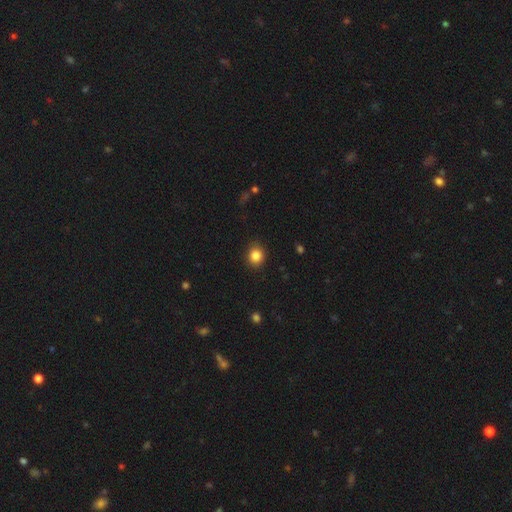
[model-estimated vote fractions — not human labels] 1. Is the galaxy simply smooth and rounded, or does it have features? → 85% smooth, 11% star or artifact, 5% featured or disk.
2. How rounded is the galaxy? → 77% round, 22% in between, 1% cigar-shaped.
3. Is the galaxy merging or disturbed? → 89% none, 8% minor disturbance, 2% major disturbance, 1% merger.